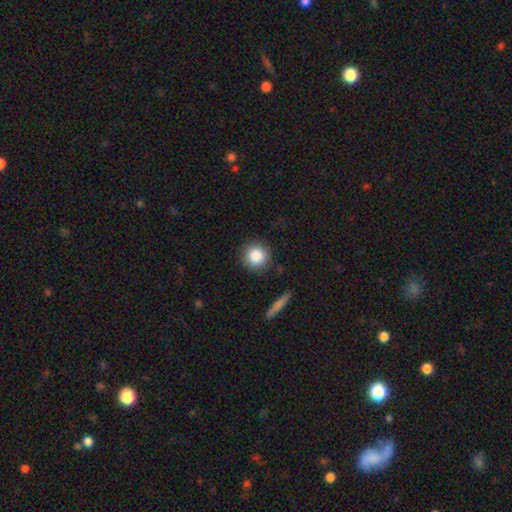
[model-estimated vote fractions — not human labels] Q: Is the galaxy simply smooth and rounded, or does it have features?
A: smooth — 86%.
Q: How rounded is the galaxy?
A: round — 93%.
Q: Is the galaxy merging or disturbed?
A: none — 87%.